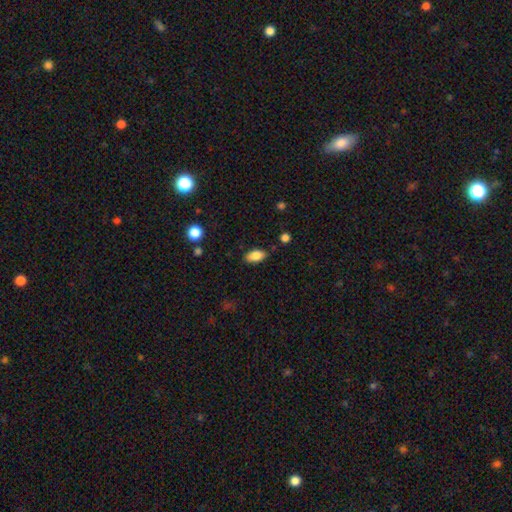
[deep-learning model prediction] smooth 83%, featured or disk 9%, star or artifact 8%. Down the decision tree: how rounded — in between (91%); merging — none (82%).